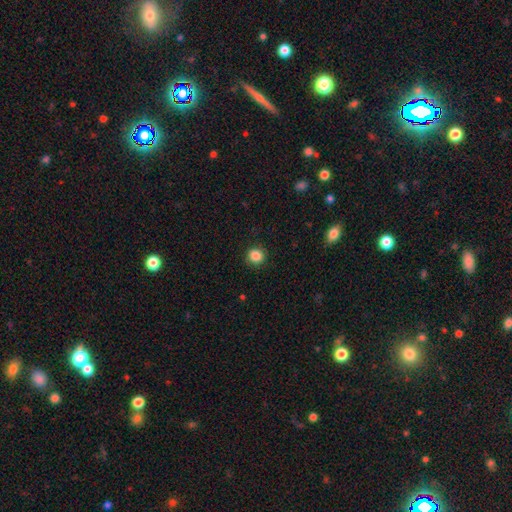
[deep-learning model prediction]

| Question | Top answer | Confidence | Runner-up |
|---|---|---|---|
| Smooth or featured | smooth | 86% | star or artifact (10%) |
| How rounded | round | 89% | in between (10%) |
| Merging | none | 87% | minor disturbance (9%) |